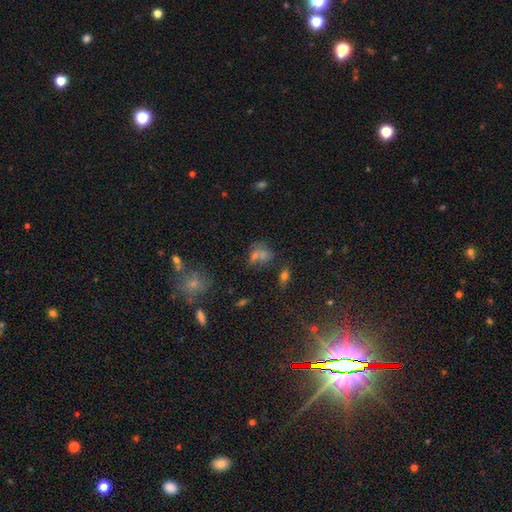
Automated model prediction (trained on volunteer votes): smooth 50%, star or artifact 36%, featured or disk 15%. Down the decision tree: merging — none (49%).